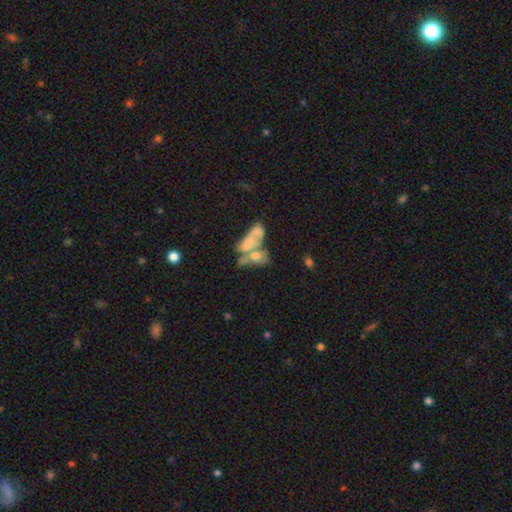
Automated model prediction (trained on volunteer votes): The model was most divided on "smooth or featured": smooth: 56%, featured or disk: 32%, star or artifact: 12%. More confident: how rounded — in between (81%); merging — merger (67%).